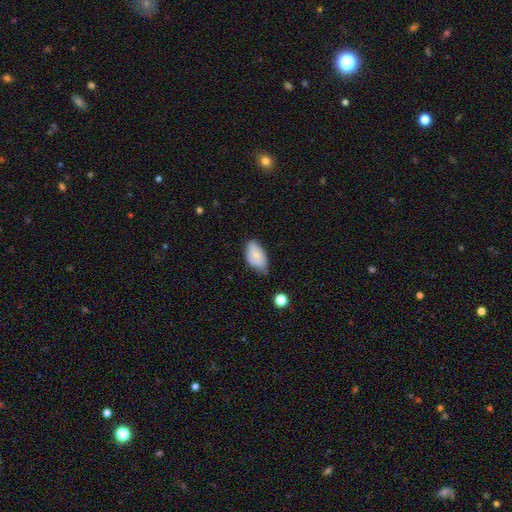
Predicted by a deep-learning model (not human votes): This appears to be a smooth galaxy with no disk features (71%) that is in between round and cigar-shaped (93%). Merging: none (52%).